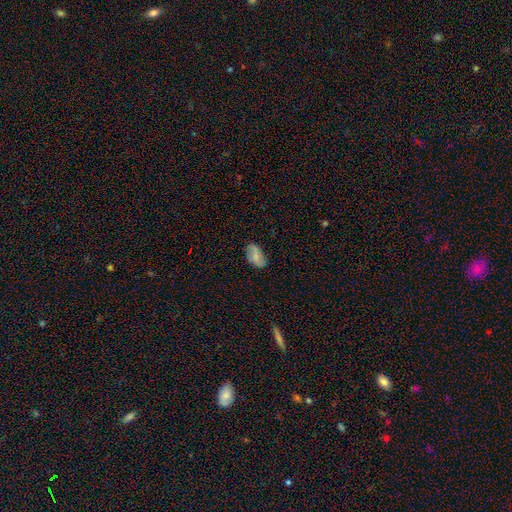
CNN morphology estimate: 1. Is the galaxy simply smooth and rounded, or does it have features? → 59% smooth, 32% featured or disk, 9% star or artifact.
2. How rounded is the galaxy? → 92% in between, 5% round, 3% cigar-shaped.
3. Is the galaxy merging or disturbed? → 75% none, 19% minor disturbance, 5% major disturbance, 1% merger.